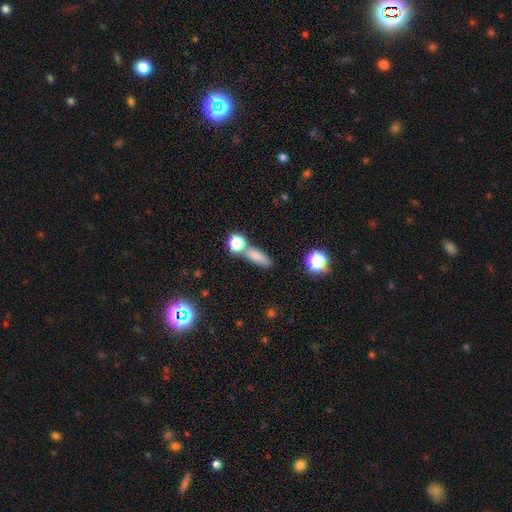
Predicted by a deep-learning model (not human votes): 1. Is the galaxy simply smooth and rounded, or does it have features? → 74% smooth, 14% star or artifact, 12% featured or disk.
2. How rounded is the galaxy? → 45% cigar-shaped, 42% in between, 13% round.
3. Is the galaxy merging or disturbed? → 63% none, 19% merger, 13% minor disturbance, 5% major disturbance.